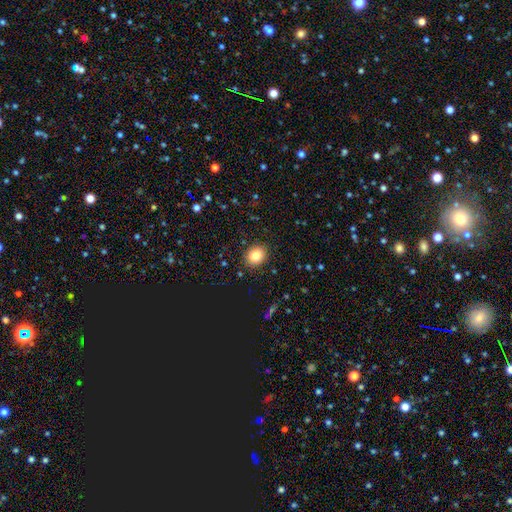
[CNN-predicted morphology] This is clearly a smooth galaxy (83%). How rounded: likely round (62%). Merging: clearly none (89%).